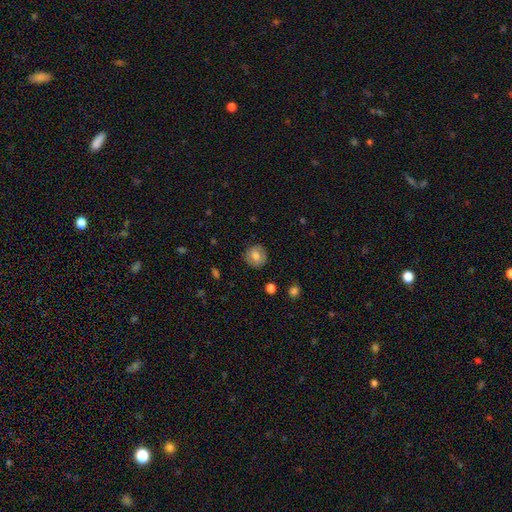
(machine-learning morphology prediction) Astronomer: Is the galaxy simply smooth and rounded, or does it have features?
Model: smooth — 75%.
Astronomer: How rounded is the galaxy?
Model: round — 87%.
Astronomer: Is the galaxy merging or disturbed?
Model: none — 86%.